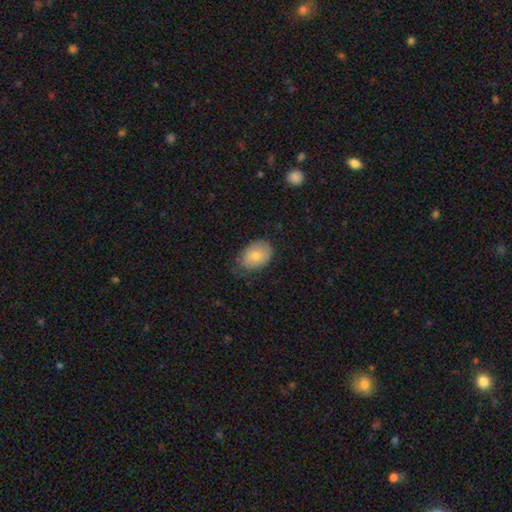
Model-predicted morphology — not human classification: smooth-or-featured: smooth: 76% | featured or disk: 17% | star or artifact: 7%
  how-rounded: in between: 80% | round: 19% | cigar-shaped: 1%
  merging: none: 61% | minor disturbance: 30% | major disturbance: 7% | merger: 1%